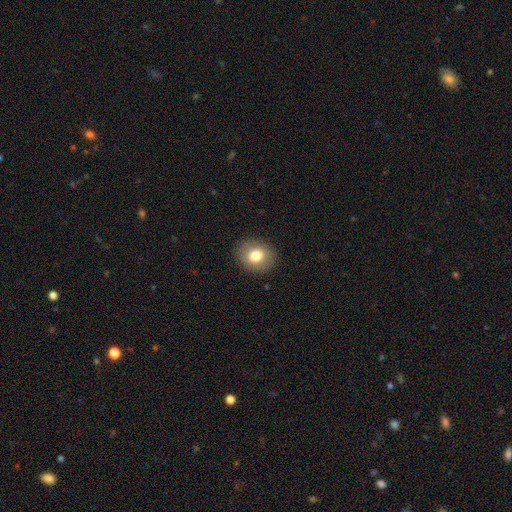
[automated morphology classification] A smooth galaxy with no disk features (78%) that is round (61%).

Vote fractions:
- Smooth or featured? smooth: 78% / featured or disk: 13% / star or artifact: 9%
- How rounded? round: 61% / in between: 38% / cigar-shaped: 1%
- Merging? none: 89% / minor disturbance: 7% / major disturbance: 2% / merger: 1%